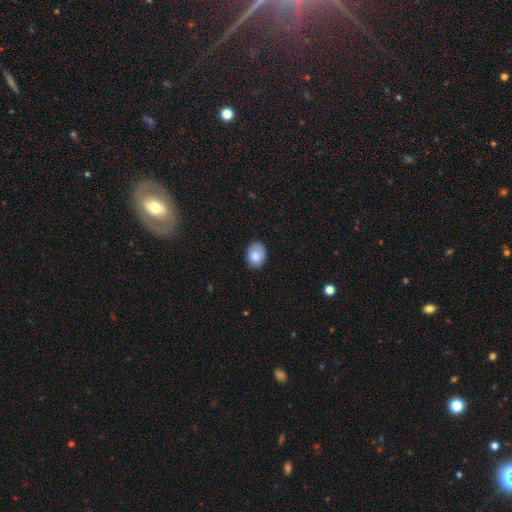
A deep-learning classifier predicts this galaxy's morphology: This appears to be a smooth galaxy with no disk features (85%) that is in between round and cigar-shaped (63%). Merging: none (77%).